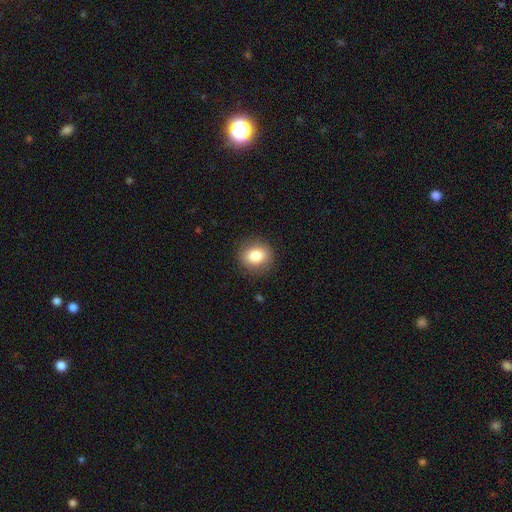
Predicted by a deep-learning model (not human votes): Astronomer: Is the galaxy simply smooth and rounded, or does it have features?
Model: smooth — 83%.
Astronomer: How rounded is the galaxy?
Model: round — 71%.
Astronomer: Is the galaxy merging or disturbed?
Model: none — 86%.